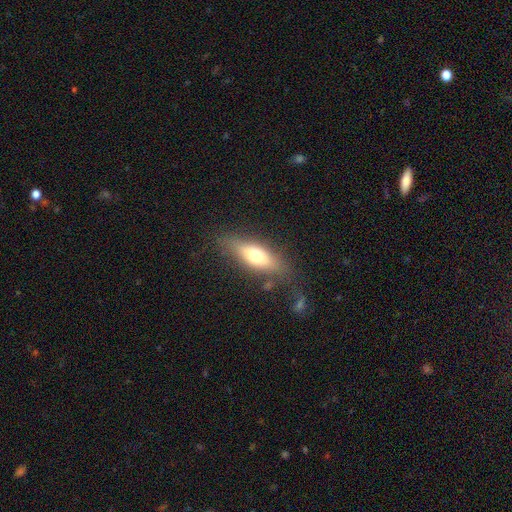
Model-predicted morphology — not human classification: Smooth or featured? Predicted: smooth (p=0.59). How rounded? Predicted: in between (p=0.60). Merging? Predicted: none (p=0.73).